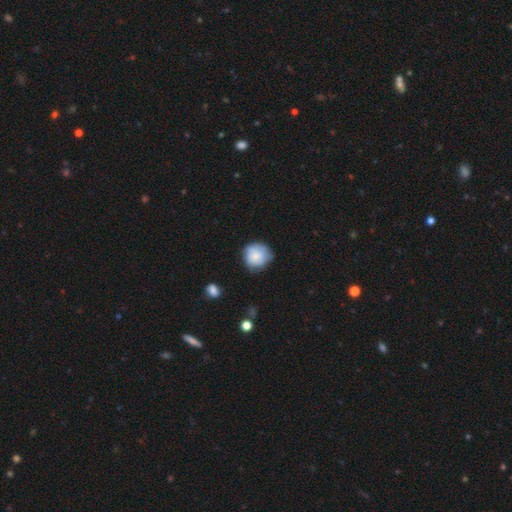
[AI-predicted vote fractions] A smooth galaxy with no disk features (72%) that is round (88%).

Vote fractions:
- Smooth or featured? smooth: 72% / featured or disk: 20% / star or artifact: 8%
- How rounded? round: 88% / in between: 11% / cigar-shaped: 1%
- Merging? none: 67% / minor disturbance: 25% / major disturbance: 6% / merger: 2%